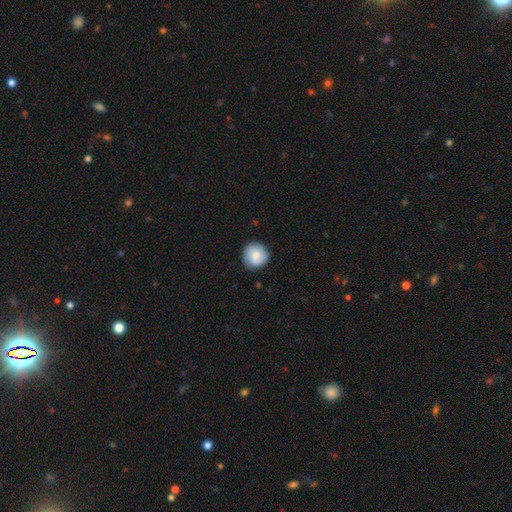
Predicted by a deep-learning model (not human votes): Q: Smooth or featured?
A: smooth (78%); runner-up: featured or disk (16%)
Q: How rounded?
A: round (92%); runner-up: in between (7%)
Q: Merging?
A: none (80%); runner-up: minor disturbance (16%)